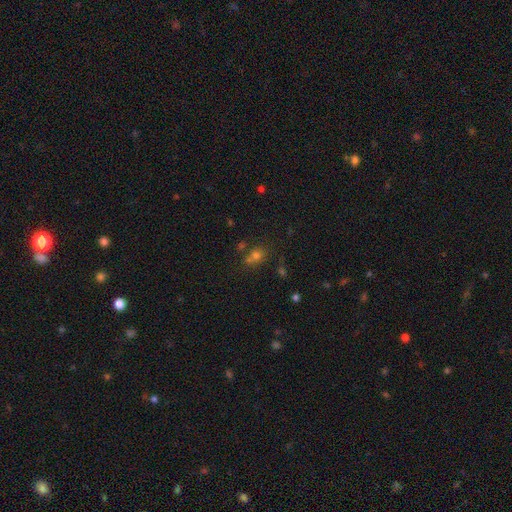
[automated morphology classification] Smooth or featured: smooth — 64% (star or artifact — 24%)
How rounded: round — 59% (in between — 40%)
Merging: none — 55% (merger — 27%)